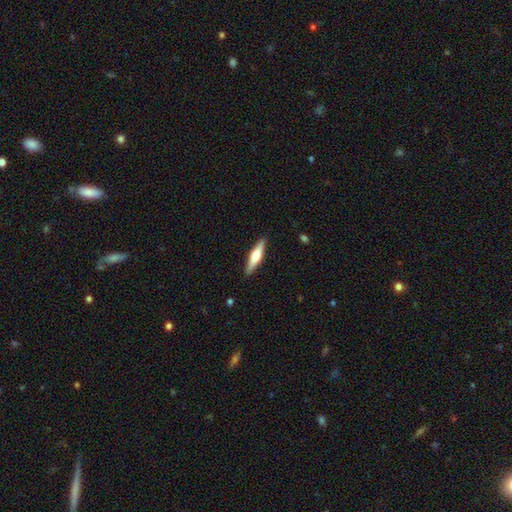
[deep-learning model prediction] Smooth or featured? Predicted: featured or disk (p=0.52). Edge-on disk? Predicted: yes (p=0.96). Merging? Predicted: none (p=0.90).